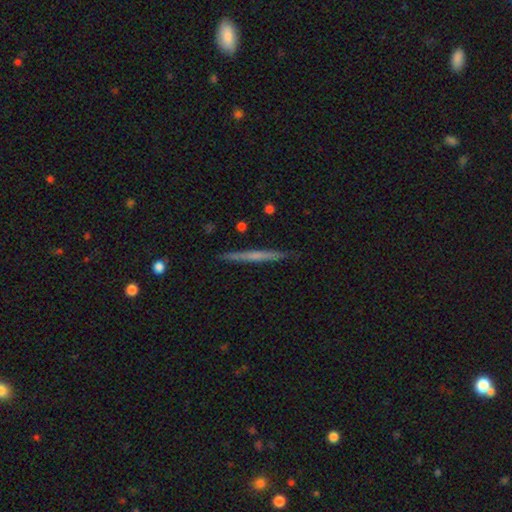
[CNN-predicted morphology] The model was most divided on "smooth or featured": featured or disk: 53%, smooth: 41%, star or artifact: 6%. More confident: edge-on disk — yes (98%); merging — none (91%); edge-on bulge — none (75%).